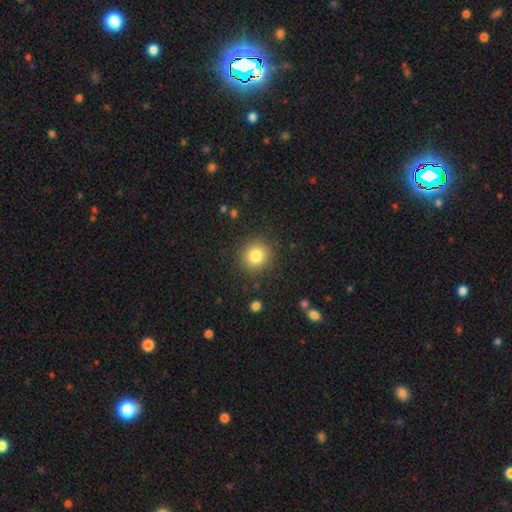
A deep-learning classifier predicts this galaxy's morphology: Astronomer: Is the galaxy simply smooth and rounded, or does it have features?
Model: smooth — 82%.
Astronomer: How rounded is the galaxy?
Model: round — 90%.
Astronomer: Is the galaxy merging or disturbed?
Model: none — 89%.